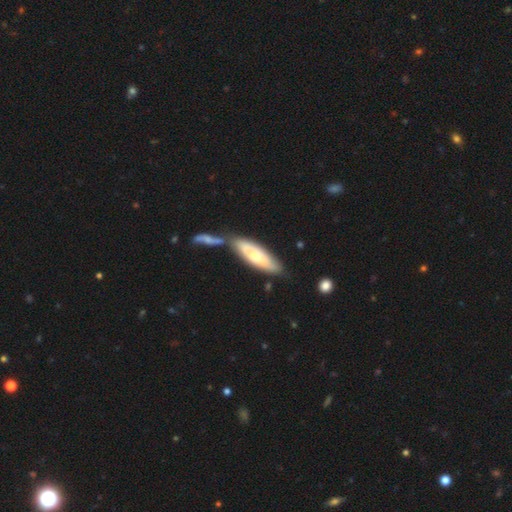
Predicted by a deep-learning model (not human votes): Smooth or featured? Predicted: smooth (p=0.59). How rounded? Predicted: cigar-shaped (p=0.53). Merging? Predicted: none (p=0.54).